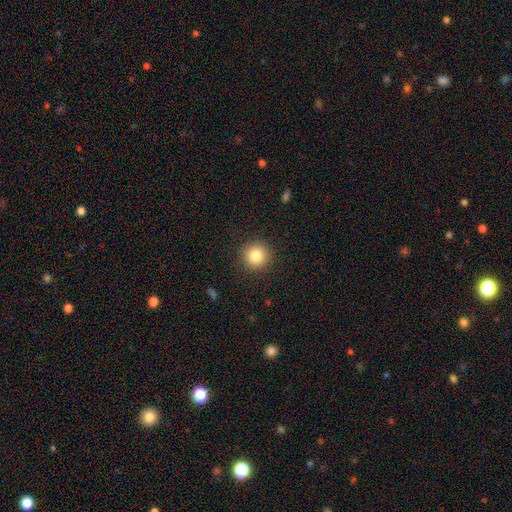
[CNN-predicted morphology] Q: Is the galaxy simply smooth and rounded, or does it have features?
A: smooth — 84%.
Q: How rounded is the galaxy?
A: round — 94%.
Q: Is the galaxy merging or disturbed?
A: none — 91%.